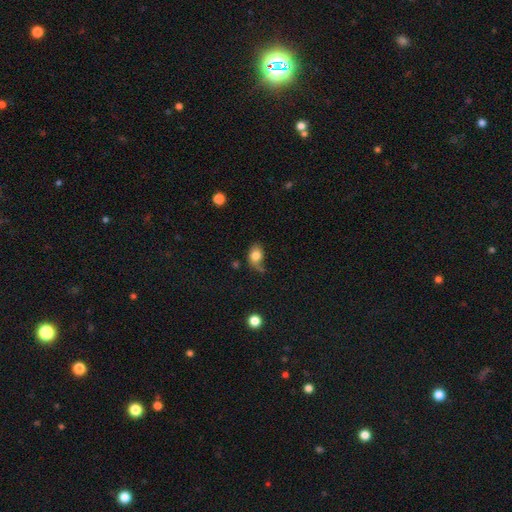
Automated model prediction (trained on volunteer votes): Smooth or featured: smooth — 79% (featured or disk — 12%)
How rounded: in between — 66% (round — 33%)
Merging: none — 46% (minor disturbance — 30%)